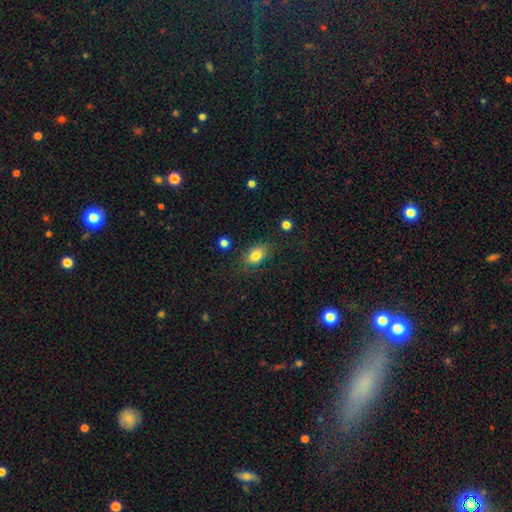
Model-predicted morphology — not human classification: This is clearly a smooth galaxy (81%). How rounded: likely in between (75%). Merging: likely none (77%).